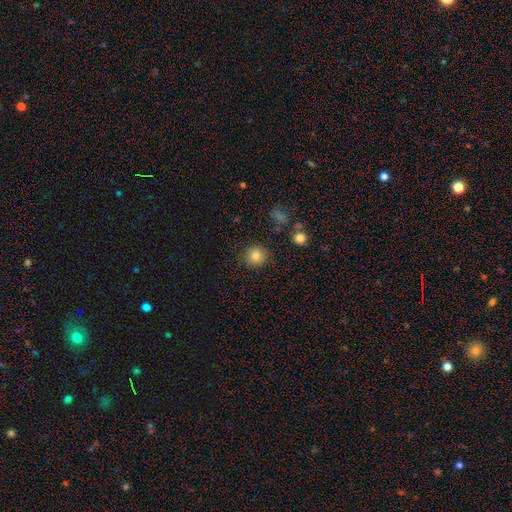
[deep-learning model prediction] Smooth or featured? smooth (80%)
How rounded? round (92%)
Merging? none (88%)